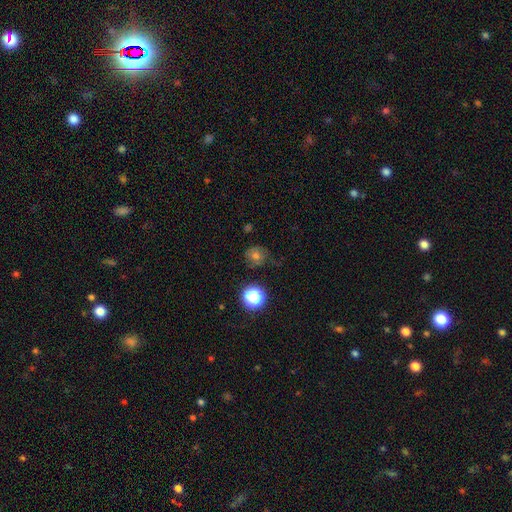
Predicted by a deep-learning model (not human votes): This appears to be a smooth galaxy with no disk features (63%) that is round (81%). Merging: none (70%).